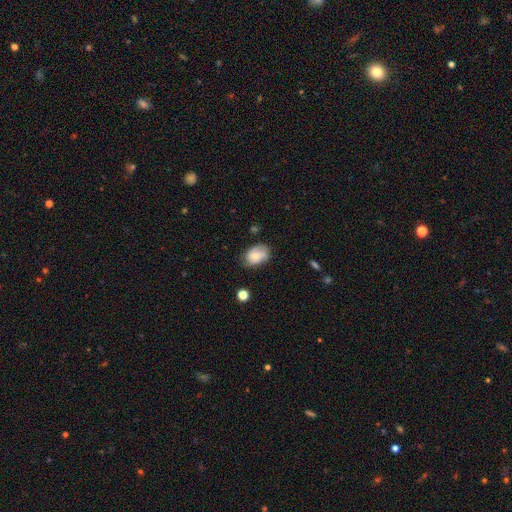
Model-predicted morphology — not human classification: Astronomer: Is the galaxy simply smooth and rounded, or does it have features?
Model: smooth — 50% (runner-up: featured or disk, 41%).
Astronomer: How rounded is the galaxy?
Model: in between — 79%.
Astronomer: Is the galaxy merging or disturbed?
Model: none — 64%.